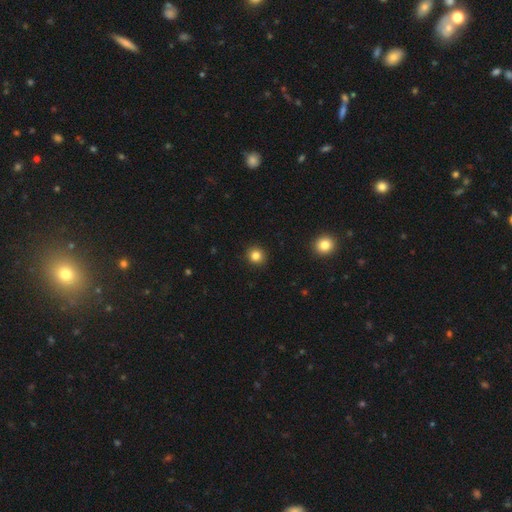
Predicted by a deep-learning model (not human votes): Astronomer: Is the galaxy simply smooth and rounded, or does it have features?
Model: smooth — 83%.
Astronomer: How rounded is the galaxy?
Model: round — 91%.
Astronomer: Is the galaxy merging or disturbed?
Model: none — 92%.